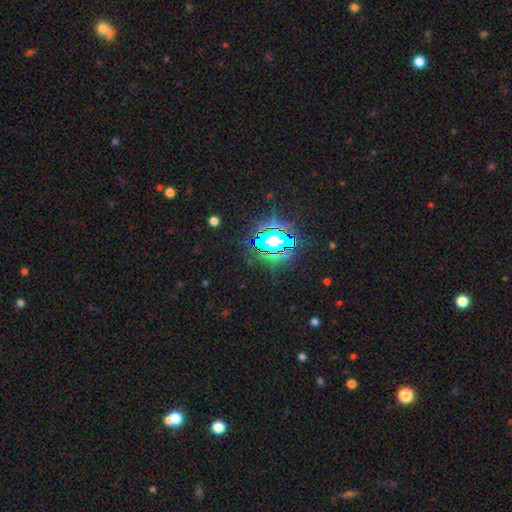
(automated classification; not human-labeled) This appears to be a star or artifact, not a galaxy (84%).